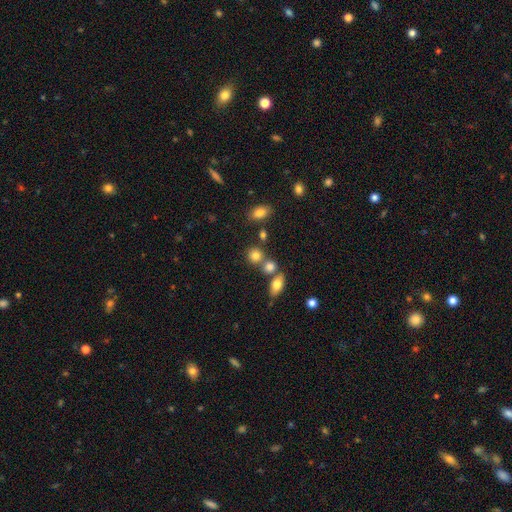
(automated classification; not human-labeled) Morphology: type=smooth (80%); roundness=round (77%); merging=none (62%).